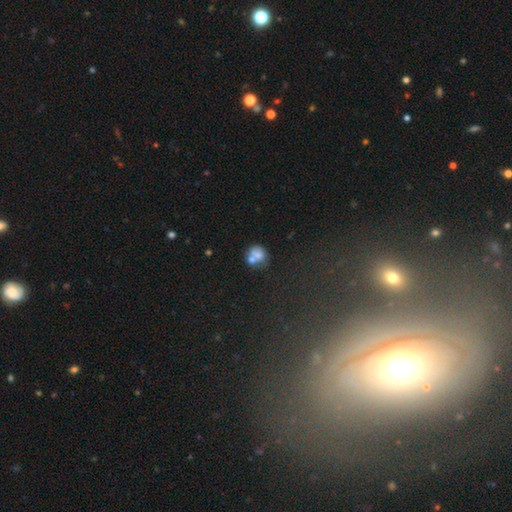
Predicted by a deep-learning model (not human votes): Morphology: type=smooth (63%); roundness=round (71%); merging=merger (47%).